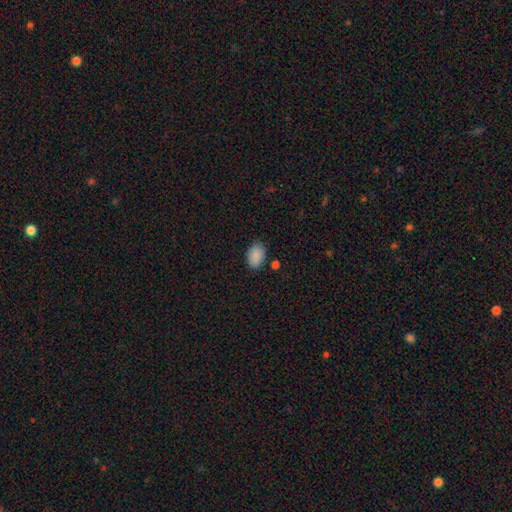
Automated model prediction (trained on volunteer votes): Smooth or featured? Predicted: smooth (p=0.89). How rounded? Predicted: in between (p=0.89). Merging? Predicted: none (p=0.82).